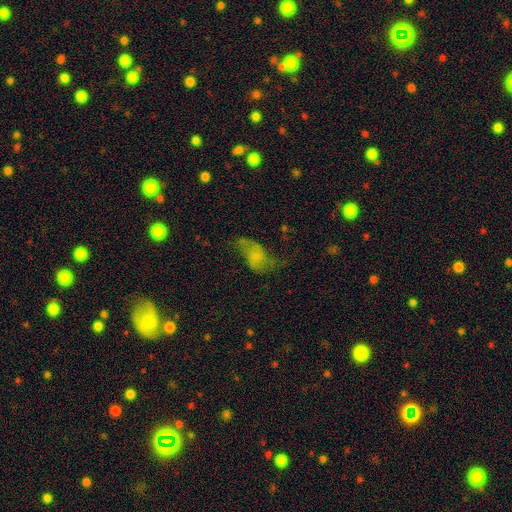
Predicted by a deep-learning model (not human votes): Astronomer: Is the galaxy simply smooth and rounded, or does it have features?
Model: featured or disk — 54% (runner-up: smooth, 34%).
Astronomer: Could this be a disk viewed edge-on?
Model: no — 96%.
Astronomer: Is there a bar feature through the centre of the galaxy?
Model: no — 67%.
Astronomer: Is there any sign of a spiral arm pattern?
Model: yes — 76%.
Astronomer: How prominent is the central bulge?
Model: none — 56%.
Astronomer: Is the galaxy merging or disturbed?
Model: none — 42% (runner-up: major disturbance, 32%).